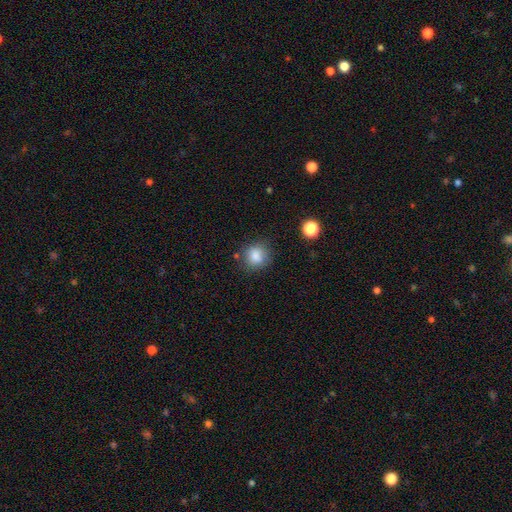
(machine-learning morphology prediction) Overall: smooth (84%). How rounded: round (79%). Merging: none (77%).